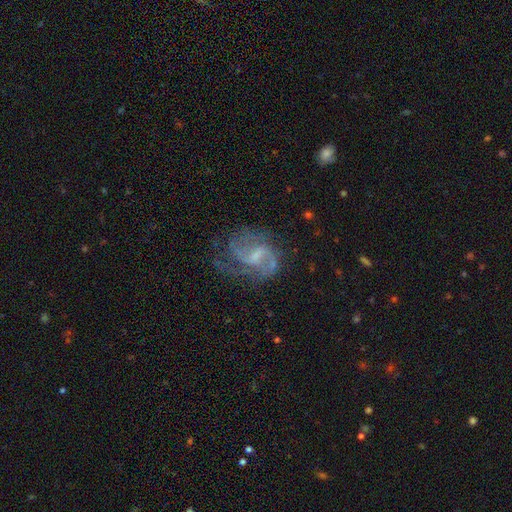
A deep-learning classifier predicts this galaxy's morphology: smooth_or_featured: featured or disk (p=0.82) [alt: smooth p=0.11]
disk_edge_on: no (p=0.98) [alt: yes p=0.02]
bar: weak (p=0.58) [alt: no p=0.26]
has_spiral_arms: yes (p=0.91) [alt: no p=0.09]
spiral_winding: medium (p=0.49) [alt: loose p=0.34]
spiral_arm_count: 2 (p=0.55) [alt: can't tell p=0.17]
bulge_size: small (p=0.41) [alt: none p=0.32]
merging: none (p=0.50) [alt: major disturbance p=0.26]